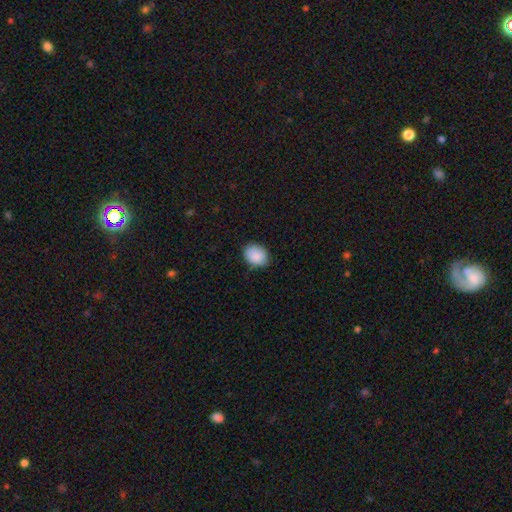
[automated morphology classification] A smooth galaxy with no disk features (88%) that is in between round and cigar-shaped (57%).

Vote fractions:
- Smooth or featured? smooth: 88% / star or artifact: 7% / featured or disk: 5%
- How rounded? in between: 57% / round: 42% / cigar-shaped: 1%
- Merging? none: 78% / minor disturbance: 18% / major disturbance: 3% / merger: 1%